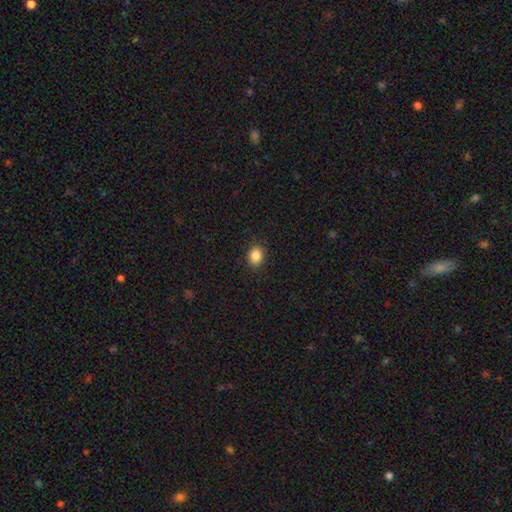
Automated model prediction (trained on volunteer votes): Smooth or featured: smooth — 86% (star or artifact — 10%)
How rounded: in between — 55% (round — 44%)
Merging: none — 89% (minor disturbance — 8%)